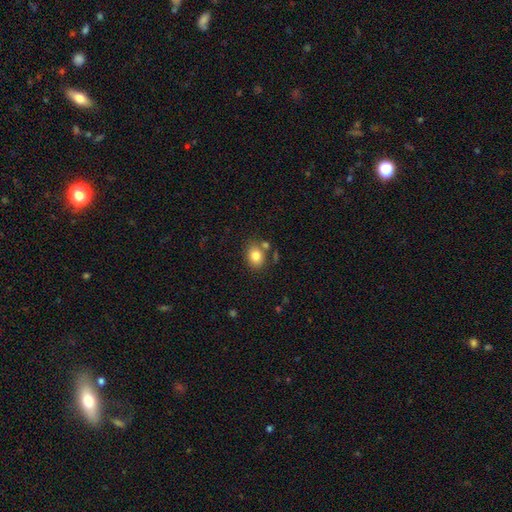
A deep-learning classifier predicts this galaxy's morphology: This is clearly a smooth galaxy (82%). How rounded: possibly in between (51%). Merging: likely none (71%).